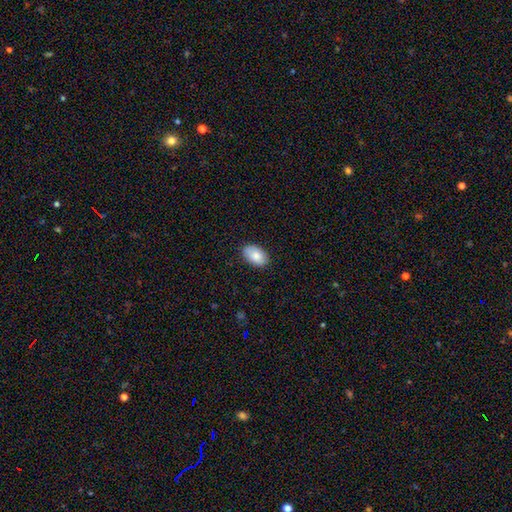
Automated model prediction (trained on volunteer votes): Smooth or featured?
  - smooth: 84% *
  - featured or disk: 9%
  - star or artifact: 7%
How rounded?
  - in between: 92% *
  - round: 6%
  - cigar-shaped: 1%
Merging?
  - none: 85% *
  - minor disturbance: 12%
  - major disturbance: 2%
  - merger: 1%